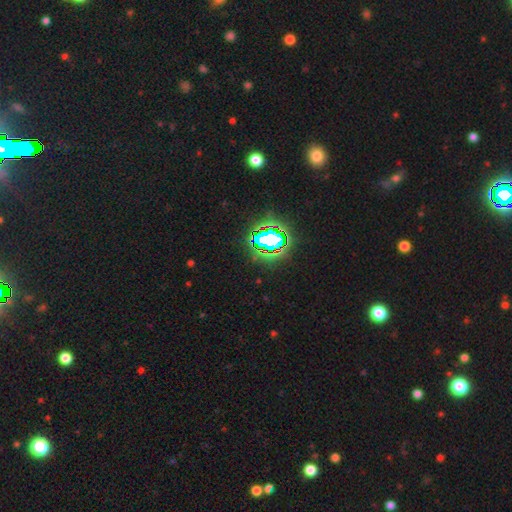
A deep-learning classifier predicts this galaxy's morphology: Smooth or featured: star or artifact — 81% (smooth — 12%)